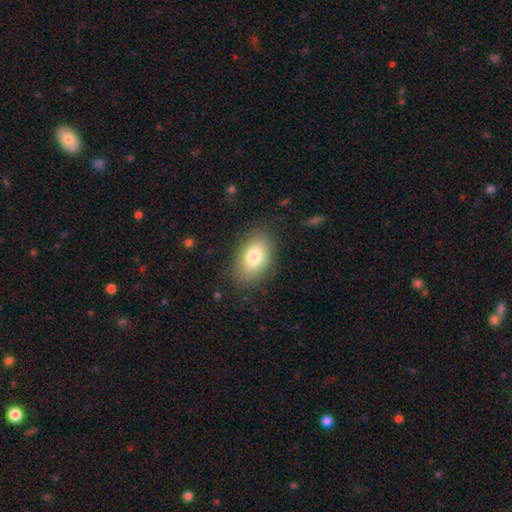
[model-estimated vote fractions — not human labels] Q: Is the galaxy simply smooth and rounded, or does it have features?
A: smooth — 79%.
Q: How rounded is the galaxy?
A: in between — 89%.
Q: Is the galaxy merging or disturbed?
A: none — 84%.